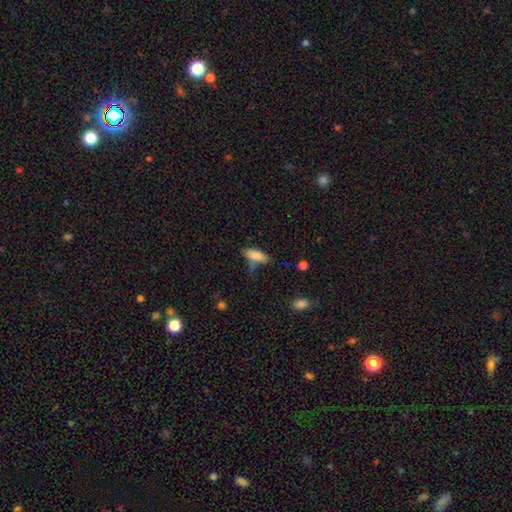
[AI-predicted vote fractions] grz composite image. It shows a smooth galaxy with no disk features (81%) that is in between round and cigar-shaped (70%). Merging: none (57%).